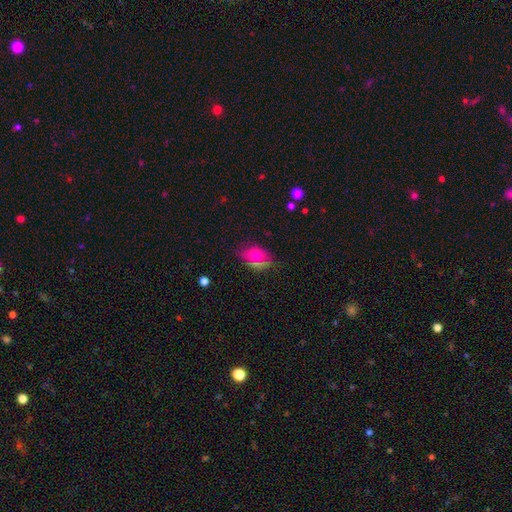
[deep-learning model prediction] Smooth or featured?
  - smooth: 66% *
  - featured or disk: 19%
  - star or artifact: 14%
How rounded?
  - in between: 77% *
  - round: 20%
  - cigar-shaped: 3%
Merging?
  - none: 68% *
  - minor disturbance: 21%
  - major disturbance: 7%
  - merger: 5%